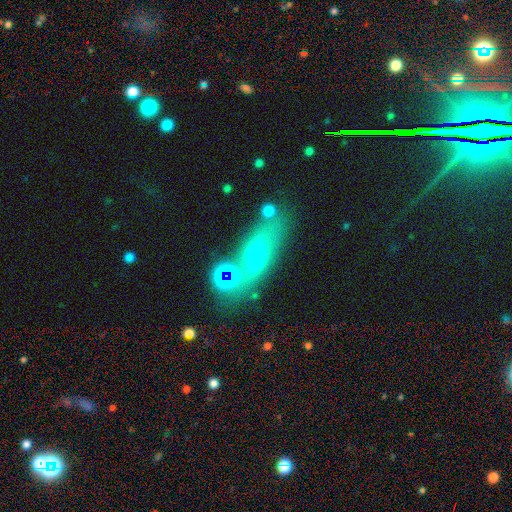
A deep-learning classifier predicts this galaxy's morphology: type=featured or disk (37%); merging=none (57%).